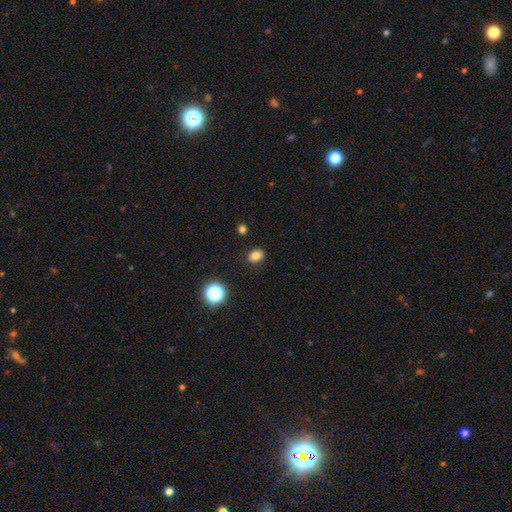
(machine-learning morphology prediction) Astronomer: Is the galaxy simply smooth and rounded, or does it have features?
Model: smooth — 81%.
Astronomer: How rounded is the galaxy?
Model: round — 53% (runner-up: in between, 46%).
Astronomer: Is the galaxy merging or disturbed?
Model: none — 86%.